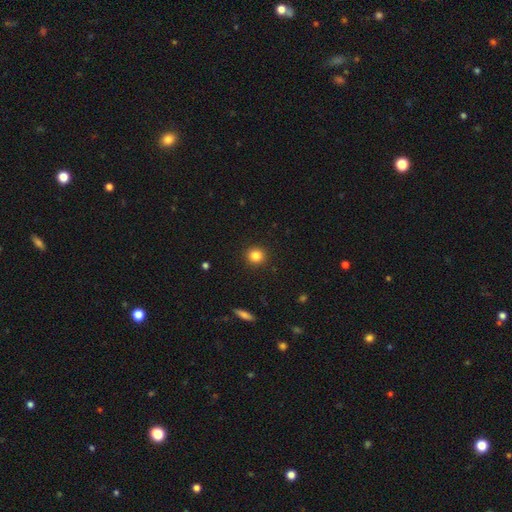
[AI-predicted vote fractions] This appears to be a smooth galaxy with no disk features (83%) that is round (91%). Merging: none (92%).